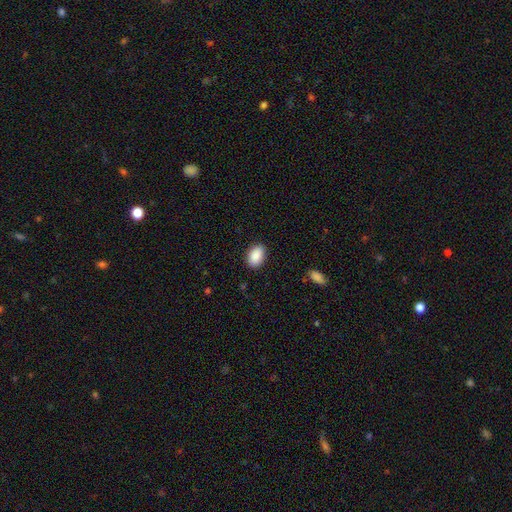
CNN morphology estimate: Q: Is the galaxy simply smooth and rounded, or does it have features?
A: smooth — 90%.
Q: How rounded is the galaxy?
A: in between — 88%.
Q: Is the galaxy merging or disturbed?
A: none — 87%.